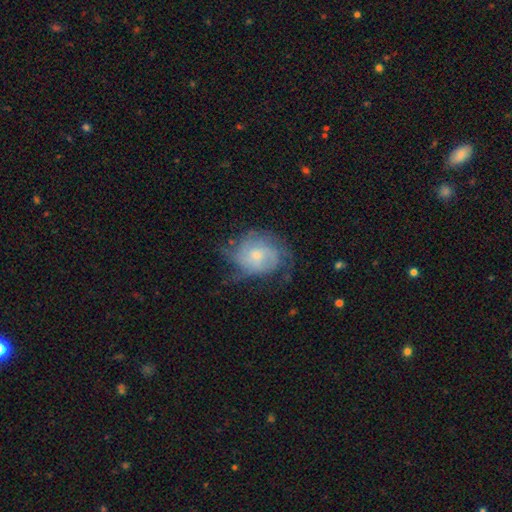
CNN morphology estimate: This appears to be a featured or disk galaxy (65%) with no bar (75%), tight (47%) spiral arms (83%) and a small central bulge (55%). Merging: none (52%).